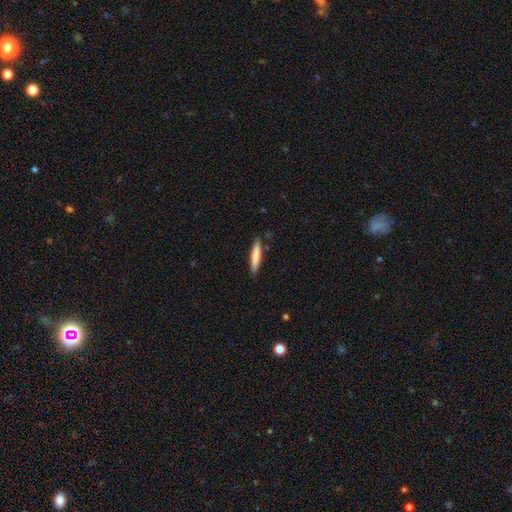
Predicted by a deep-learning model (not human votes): Smooth or featured? smooth (80%)
How rounded? cigar-shaped (91%)
Merging? none (86%)